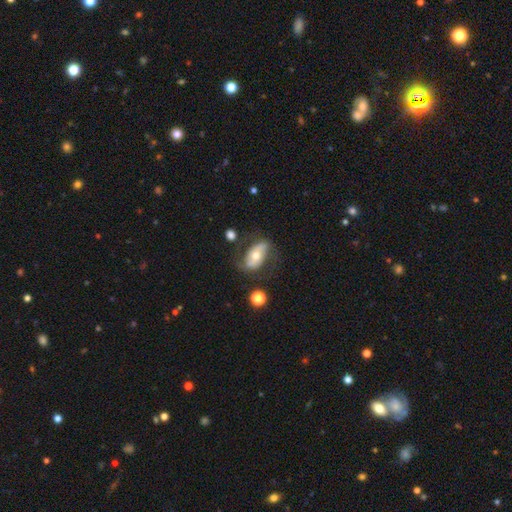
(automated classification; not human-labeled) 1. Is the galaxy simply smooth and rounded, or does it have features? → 52% featured or disk, 41% smooth, 7% star or artifact.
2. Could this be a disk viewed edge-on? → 89% no, 11% yes.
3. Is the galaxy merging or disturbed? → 60% none, 24% minor disturbance, 12% major disturbance, 4% merger.